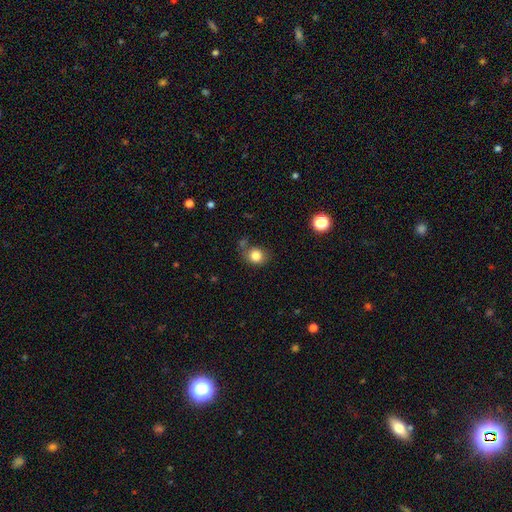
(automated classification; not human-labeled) Morphology: type=smooth (83%); roundness=round (70%); merging=none (67%).